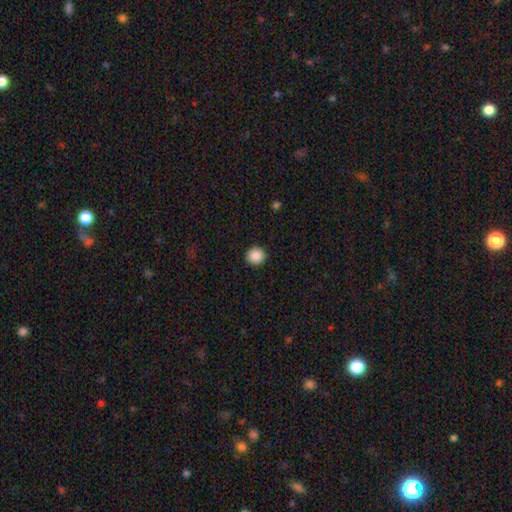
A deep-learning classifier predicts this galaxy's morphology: type=smooth (88%); roundness=round (92%); merging=none (92%).